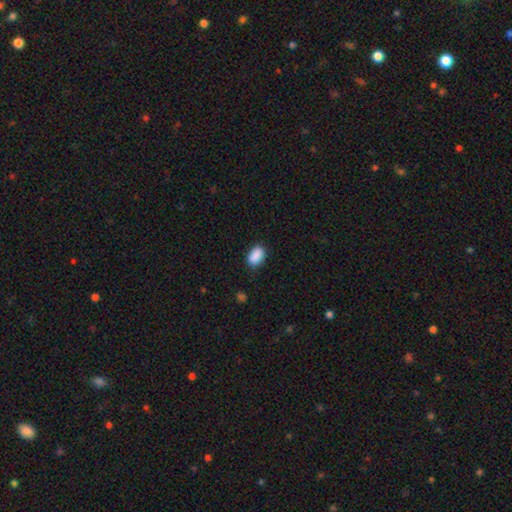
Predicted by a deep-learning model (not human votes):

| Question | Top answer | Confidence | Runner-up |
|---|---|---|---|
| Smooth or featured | smooth | 89% | star or artifact (8%) |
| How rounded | in between | 89% | round (9%) |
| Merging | none | 82% | minor disturbance (14%) |